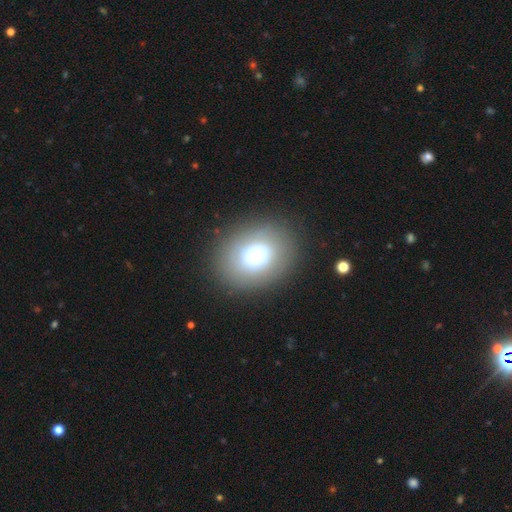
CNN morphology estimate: Overall: smooth (65%). How rounded: round (50%; in between 49%). Merging: none (83%).